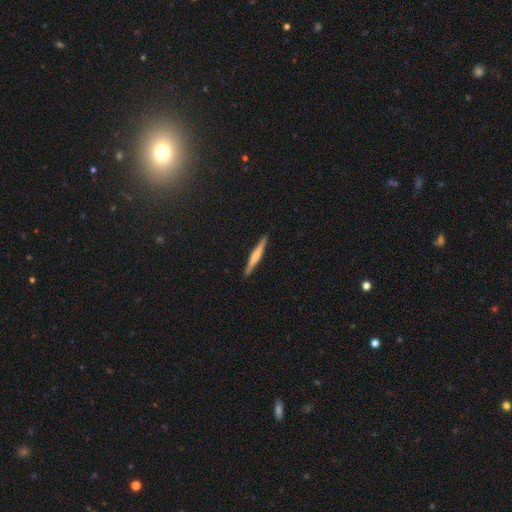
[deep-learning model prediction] Smooth or featured: smooth — 49% (featured or disk — 45%)
Merging: none — 91% (minor disturbance — 7%)